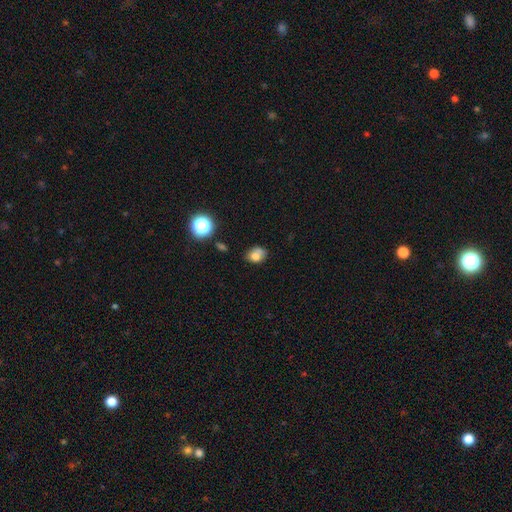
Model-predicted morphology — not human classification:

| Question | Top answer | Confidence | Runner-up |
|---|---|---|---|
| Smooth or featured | smooth | 71% | featured or disk (15%) |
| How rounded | in between | 53% | round (46%) |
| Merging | none | 46% | minor disturbance (26%) |